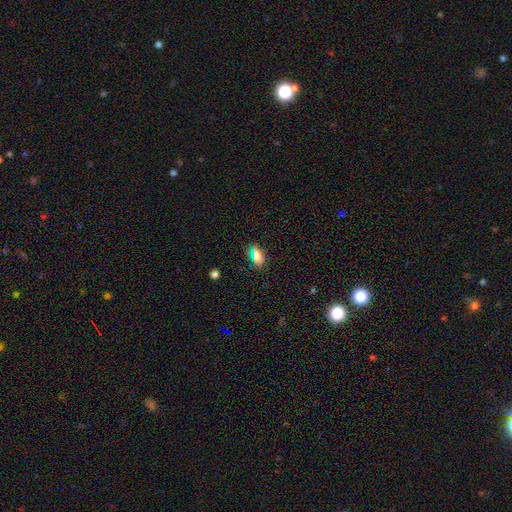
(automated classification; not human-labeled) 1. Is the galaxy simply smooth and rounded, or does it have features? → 70% smooth, 19% star or artifact, 11% featured or disk.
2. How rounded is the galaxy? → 78% in between, 13% round, 8% cigar-shaped.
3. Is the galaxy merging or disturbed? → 80% none, 13% minor disturbance, 4% major disturbance, 3% merger.